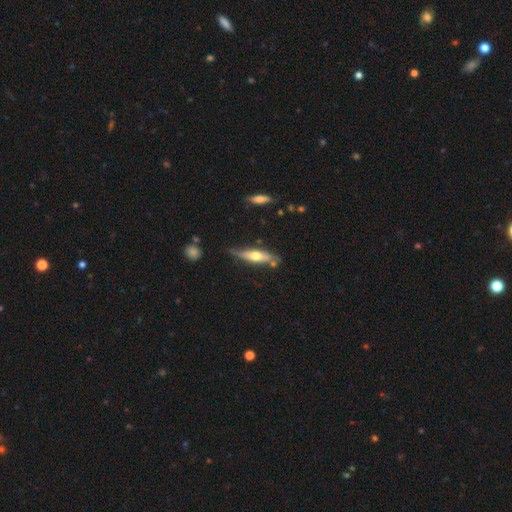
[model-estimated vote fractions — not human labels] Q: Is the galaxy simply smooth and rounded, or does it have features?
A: featured or disk — 49%.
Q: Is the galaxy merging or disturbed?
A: none — 65%.